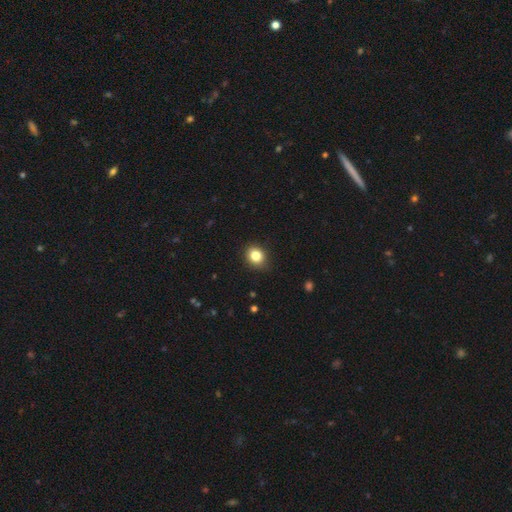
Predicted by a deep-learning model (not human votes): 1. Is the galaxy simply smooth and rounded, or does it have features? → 83% smooth, 11% star or artifact, 6% featured or disk.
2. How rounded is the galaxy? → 67% round, 32% in between, 1% cigar-shaped.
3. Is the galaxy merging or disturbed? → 86% none, 11% minor disturbance, 2% major disturbance, 1% merger.